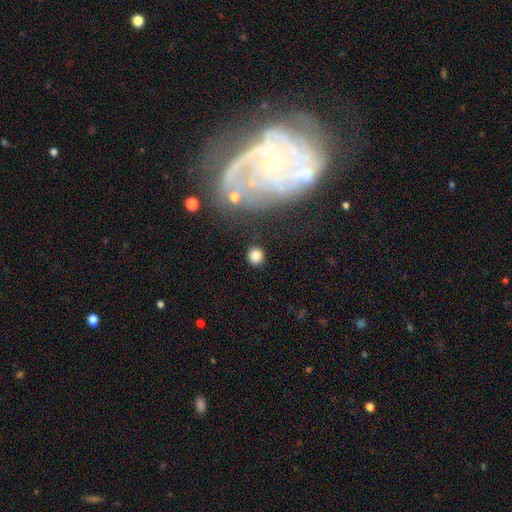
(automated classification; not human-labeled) Morphology: type=smooth (82%); roundness=round (88%); merging=none (86%).